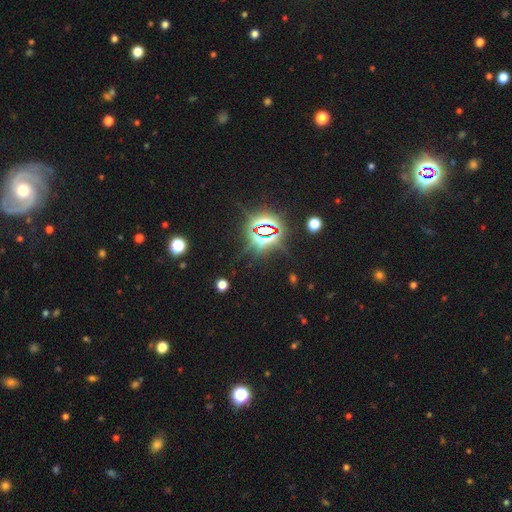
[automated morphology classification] A star or artifact, not a galaxy (73%).